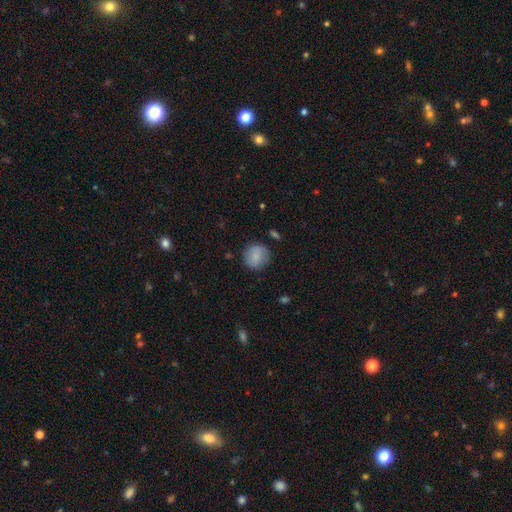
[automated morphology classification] Q: Smooth or featured?
A: smooth (83%); runner-up: featured or disk (9%)
Q: How rounded?
A: round (87%); runner-up: in between (12%)
Q: Merging?
A: none (81%); runner-up: minor disturbance (13%)